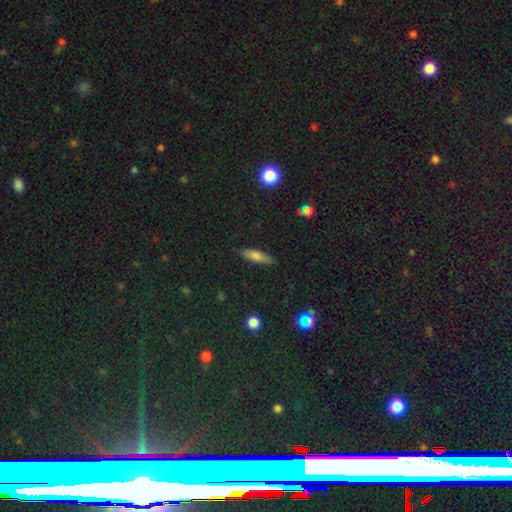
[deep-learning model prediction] Smooth or featured? Predicted: smooth (p=0.71). How rounded? Predicted: cigar-shaped (p=0.57). Merging? Predicted: none (p=0.86).